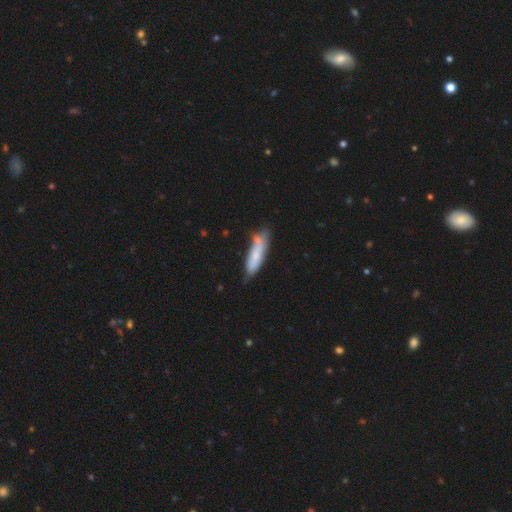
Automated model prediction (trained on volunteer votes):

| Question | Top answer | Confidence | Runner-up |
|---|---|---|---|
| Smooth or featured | smooth | 65% | featured or disk (29%) |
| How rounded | cigar-shaped | 65% | in between (33%) |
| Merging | none | 50% | minor disturbance (26%) |